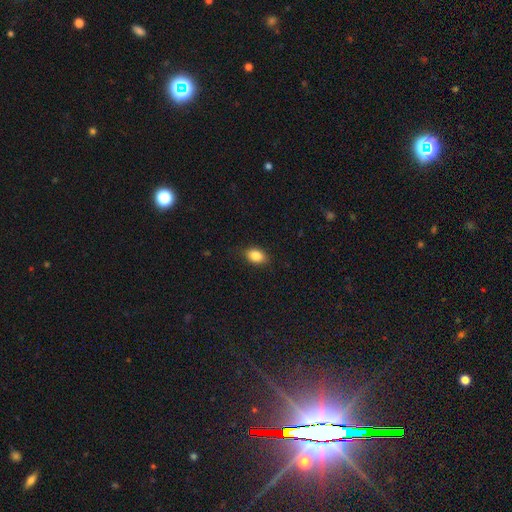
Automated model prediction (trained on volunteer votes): This appears to be a smooth galaxy with no disk features (86%) that is in between round and cigar-shaped (82%). Merging: none (84%).